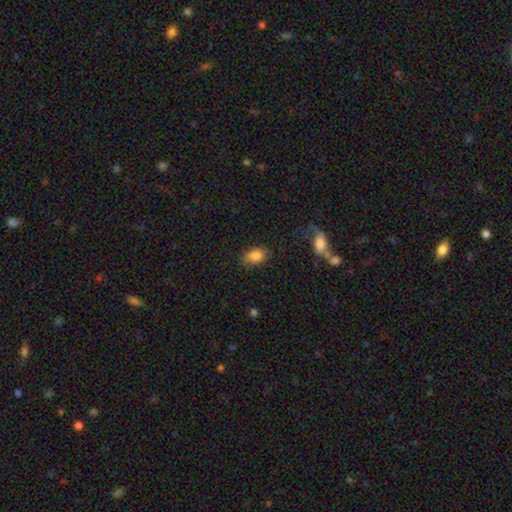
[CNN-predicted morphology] smooth-or-featured: smooth: 83% | featured or disk: 9% | star or artifact: 8%
  how-rounded: in between: 85% | round: 13% | cigar-shaped: 2%
  merging: none: 78% | minor disturbance: 15% | major disturbance: 5% | merger: 2%